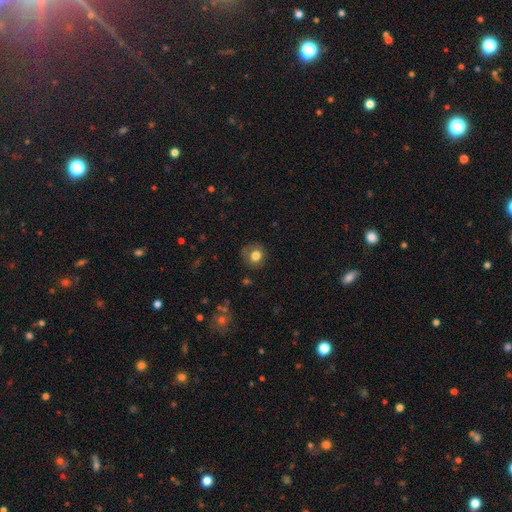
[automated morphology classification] Q: Smooth or featured?
A: smooth (78%); runner-up: featured or disk (12%)
Q: How rounded?
A: round (81%); runner-up: in between (18%)
Q: Merging?
A: none (76%); runner-up: minor disturbance (17%)